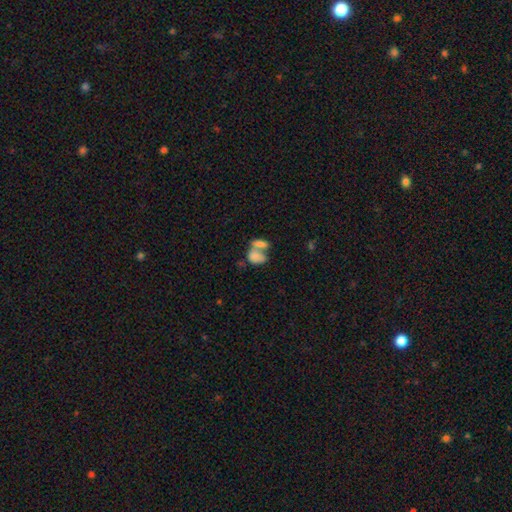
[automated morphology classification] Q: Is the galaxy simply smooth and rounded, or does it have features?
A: smooth — 75%.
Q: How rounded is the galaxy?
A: in between — 79%.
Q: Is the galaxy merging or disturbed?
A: merger — 68%.